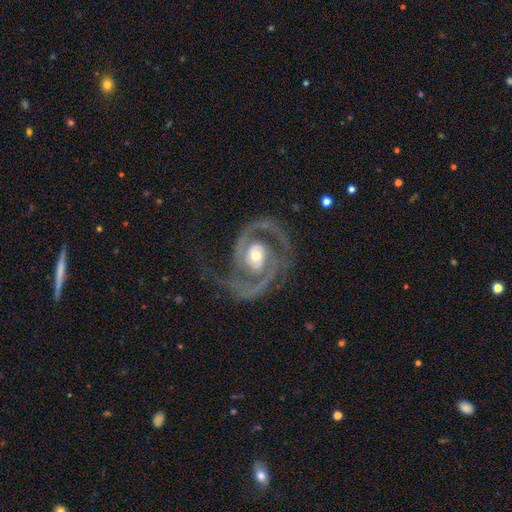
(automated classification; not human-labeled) Smooth or featured?
  - featured or disk: 92% *
  - star or artifact: 4%
  - smooth: 4%
Edge-on disk?
  - no: 98% *
  - yes: 2%
Bar?
  - no: 57% *
  - weak: 29%
  - strong: 14%
Spiral arms?
  - yes: 97% *
  - no: 3%
Spiral winding?
  - medium: 52% *
  - tight: 36%
  - loose: 12%
Spiral arm count?
  - 2: 87% *
  - 3: 4%
  - can't tell: 3%
  - 1: 2%
  - 4: 2%
  - more than 4: 2%
Bulge size?
  - moderate: 62% *
  - small: 27%
  - large: 8%
  - dominant: 1%
  - none: 1%
Merging?
  - none: 70% *
  - minor disturbance: 15%
  - major disturbance: 13%
  - merger: 2%